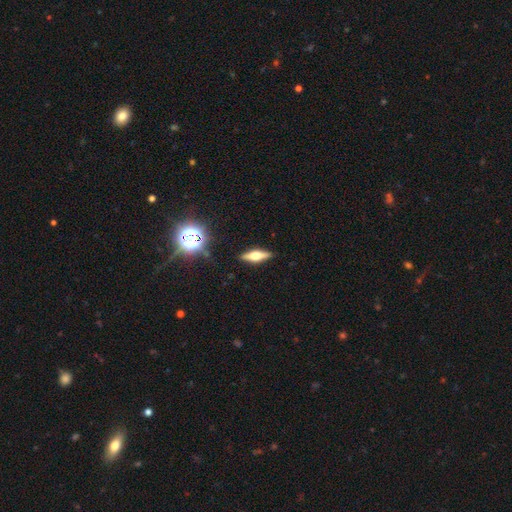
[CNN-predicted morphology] smooth-or-featured: featured or disk: 55% | smooth: 35% | star or artifact: 10%
  disk-edge-on: yes: 94% | no: 6%
    edge-on-bulge: rounded: 91% | boxy: 7% | none: 2%
  merging: none: 89% | minor disturbance: 8% | major disturbance: 2% | merger: 1%